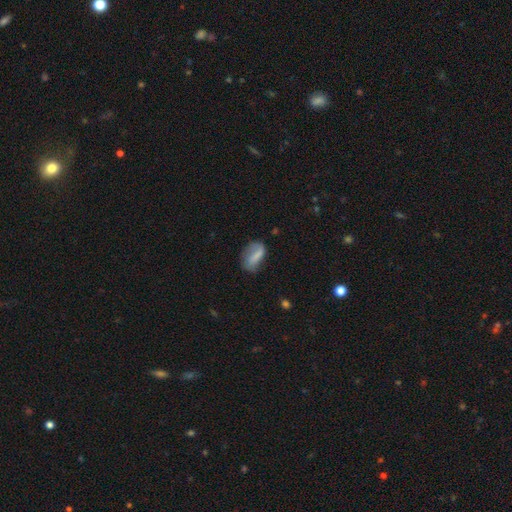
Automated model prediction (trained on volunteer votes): This is likely a smooth galaxy (64%). How rounded: clearly in between (87%). Merging: possibly none (48%).